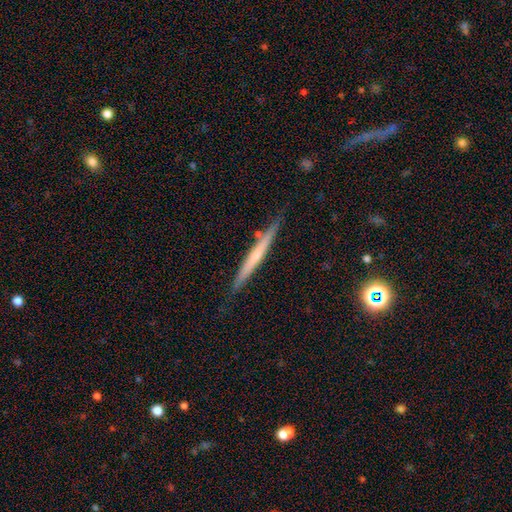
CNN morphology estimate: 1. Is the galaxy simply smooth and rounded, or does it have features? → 51% featured or disk, 43% smooth, 6% star or artifact.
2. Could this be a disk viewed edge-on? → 96% yes, 4% no.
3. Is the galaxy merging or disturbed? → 84% none, 11% minor disturbance, 2% merger, 2% major disturbance.